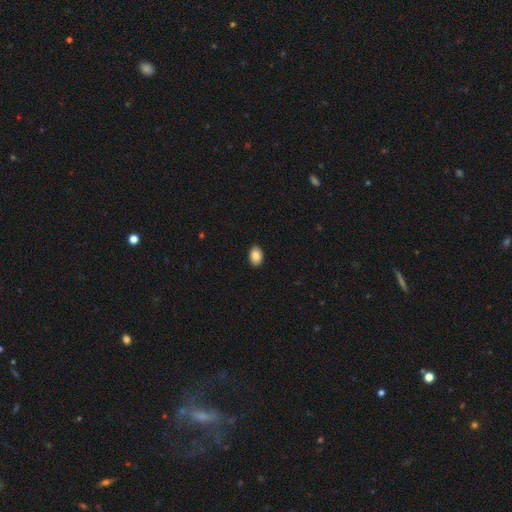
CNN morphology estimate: smooth_or_featured: smooth (p=0.85) [alt: star or artifact p=0.08]
how_rounded: in between (p=0.80) [alt: round p=0.19]
merging: none (p=0.90) [alt: minor disturbance p=0.07]